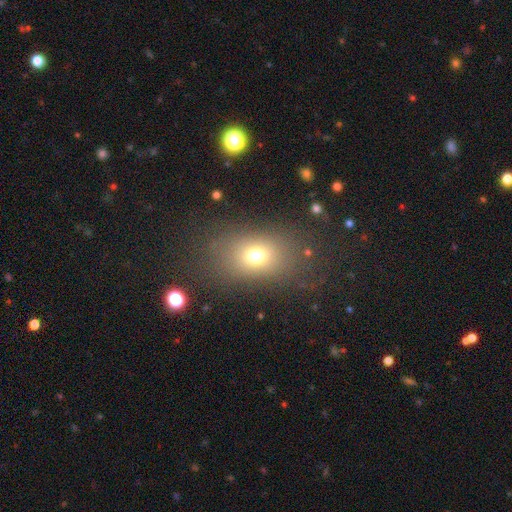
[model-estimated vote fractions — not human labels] Smooth or featured? Predicted: smooth (p=0.70). How rounded? Predicted: in between (p=0.68). Merging? Predicted: none (p=0.76).